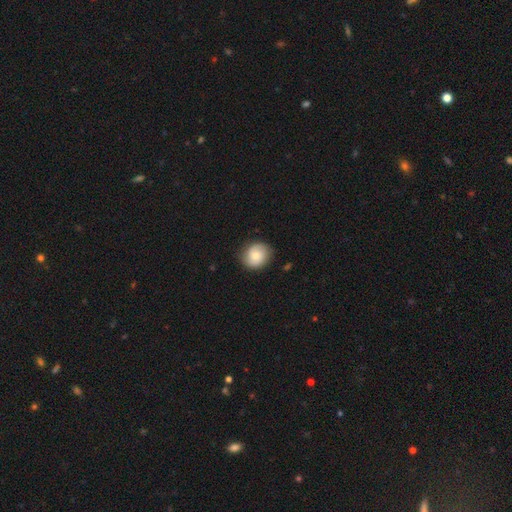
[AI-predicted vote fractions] Q: Smooth or featured?
A: smooth (58%); runner-up: featured or disk (35%)
Q: How rounded?
A: round (75%); runner-up: in between (24%)
Q: Merging?
A: none (81%); runner-up: minor disturbance (14%)